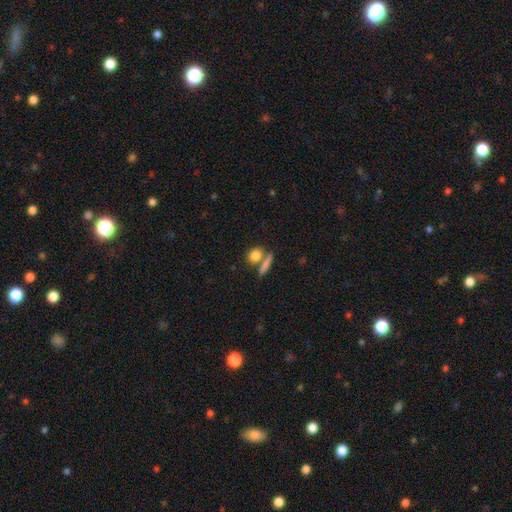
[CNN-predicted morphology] A smooth galaxy with no disk features (82%) that is round (50%). Merging: none (59%).